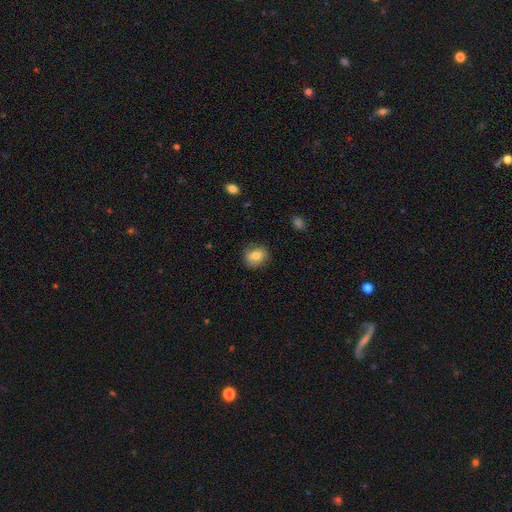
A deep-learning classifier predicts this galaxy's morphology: Smooth or featured: smooth — 77% (featured or disk — 14%)
How rounded: round — 56% (in between — 43%)
Merging: none — 78% (minor disturbance — 17%)